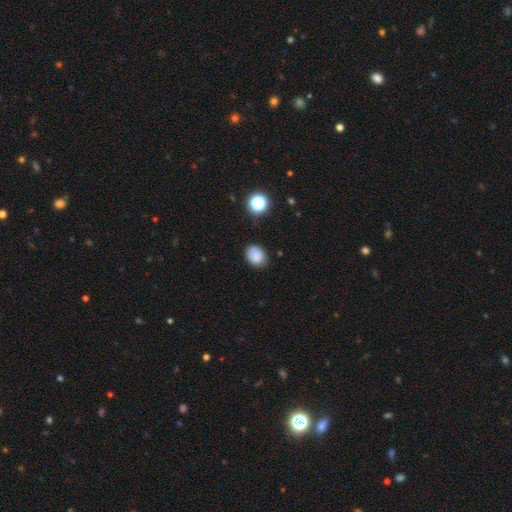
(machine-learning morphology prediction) Smooth or featured?
  - smooth: 84% *
  - star or artifact: 11%
  - featured or disk: 5%
How rounded?
  - in between: 54% *
  - round: 45%
  - cigar-shaped: 1%
Merging?
  - none: 77% *
  - minor disturbance: 17%
  - major disturbance: 4%
  - merger: 2%